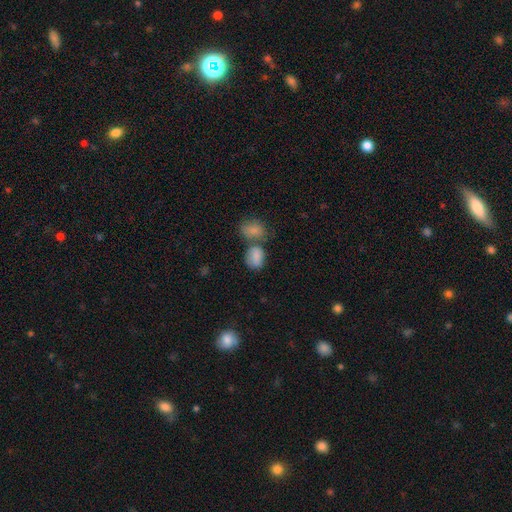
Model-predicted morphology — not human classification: Q: Smooth or featured?
A: smooth (83%); runner-up: featured or disk (9%)
Q: How rounded?
A: in between (73%); runner-up: round (25%)
Q: Merging?
A: merger (44%); runner-up: none (37%)